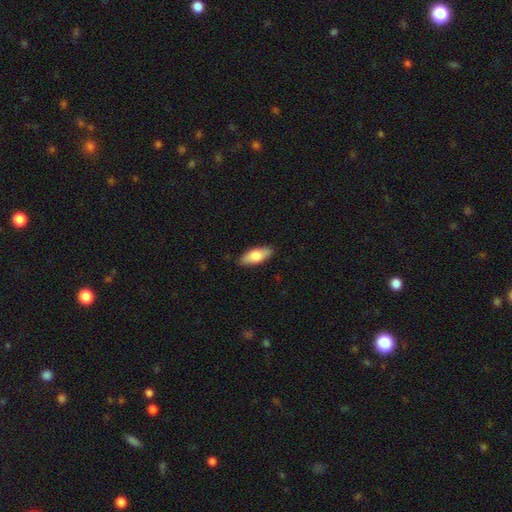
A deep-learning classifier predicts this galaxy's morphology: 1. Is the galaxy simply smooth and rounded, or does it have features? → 74% smooth, 20% featured or disk, 5% star or artifact.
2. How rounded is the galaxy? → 80% in between, 17% cigar-shaped, 2% round.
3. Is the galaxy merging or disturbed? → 88% none, 9% minor disturbance, 2% major disturbance, 1% merger.